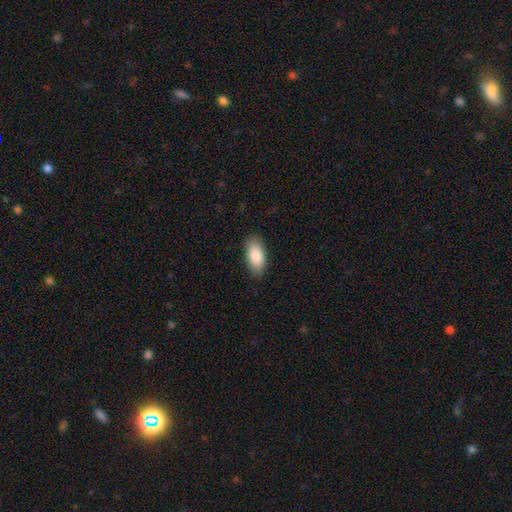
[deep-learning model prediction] This appears to be a smooth galaxy with no disk features (86%) that is in between round and cigar-shaped (92%). Merging: none (87%).